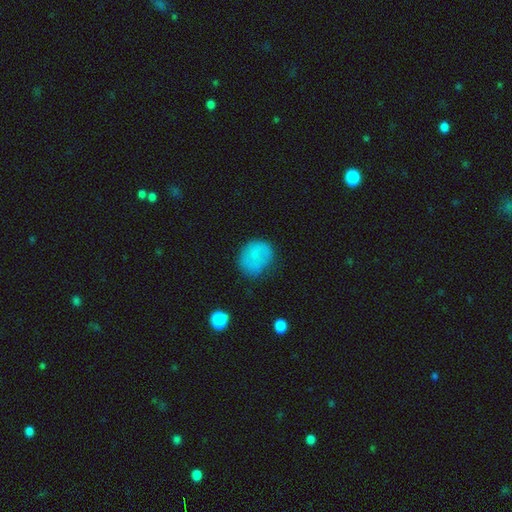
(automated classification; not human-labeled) A smooth galaxy with no disk features (72%) that is round (60%). Merging: none (62%).